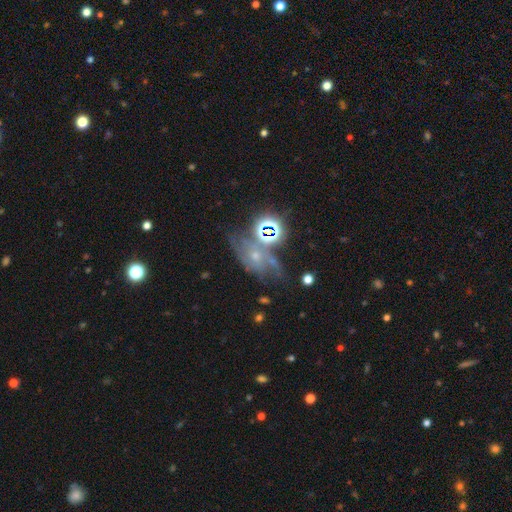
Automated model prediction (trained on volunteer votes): Smooth or featured? featured or disk (42%)
Merging? none (42%)